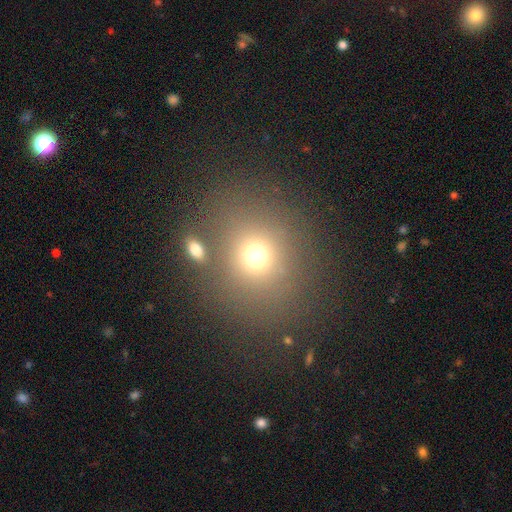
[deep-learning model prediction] The model was most divided on "smooth or featured": smooth: 71%, star or artifact: 19%, featured or disk: 10%. More confident: how rounded — round (78%); merging — none (72%).